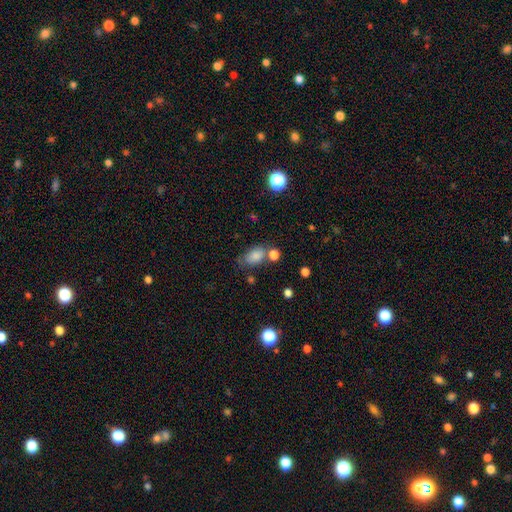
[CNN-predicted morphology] Smooth or featured? smooth (82%)
How rounded? in between (86%)
Merging? none (56%)